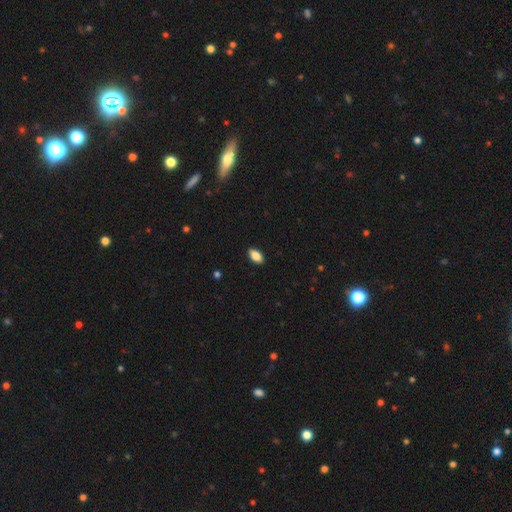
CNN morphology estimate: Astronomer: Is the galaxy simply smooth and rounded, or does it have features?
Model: smooth — 85%.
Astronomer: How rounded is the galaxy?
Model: in between — 92%.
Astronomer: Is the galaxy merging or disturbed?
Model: none — 89%.